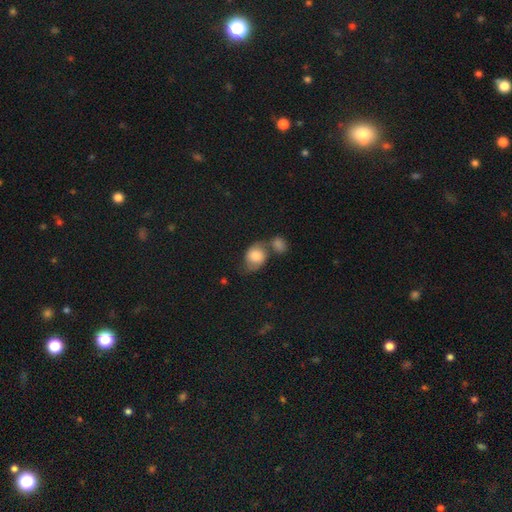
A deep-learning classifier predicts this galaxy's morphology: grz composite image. It shows a smooth galaxy with no disk features (71%) that is in between round and cigar-shaped (55%). Merging: none (37%).